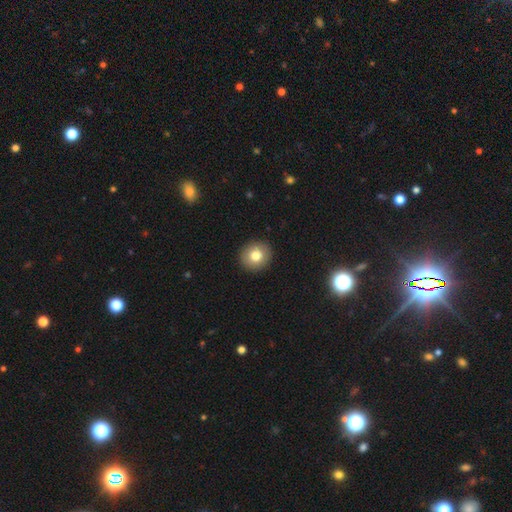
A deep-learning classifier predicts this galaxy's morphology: Smooth or featured: smooth — 79% (featured or disk — 12%)
How rounded: round — 87% (in between — 12%)
Merging: none — 92% (minor disturbance — 5%)